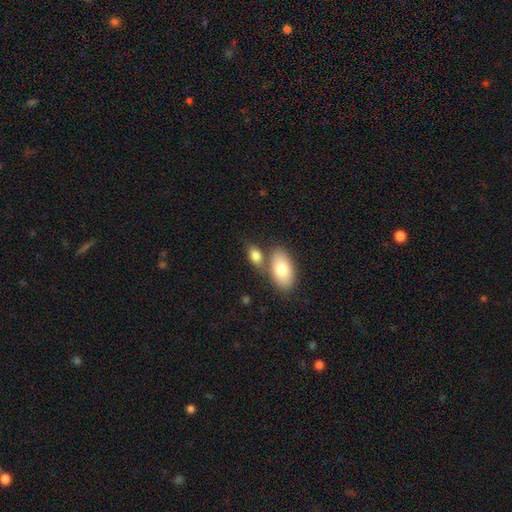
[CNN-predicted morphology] A smooth galaxy with no disk features (81%) that is in between round and cigar-shaped (87%). Merging: none (49%).